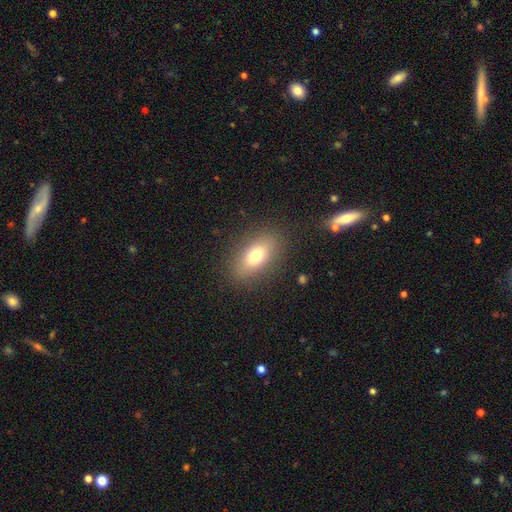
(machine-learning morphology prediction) This appears to be a smooth galaxy with no disk features (73%) that is in between round and cigar-shaped (84%). Merging: none (85%).